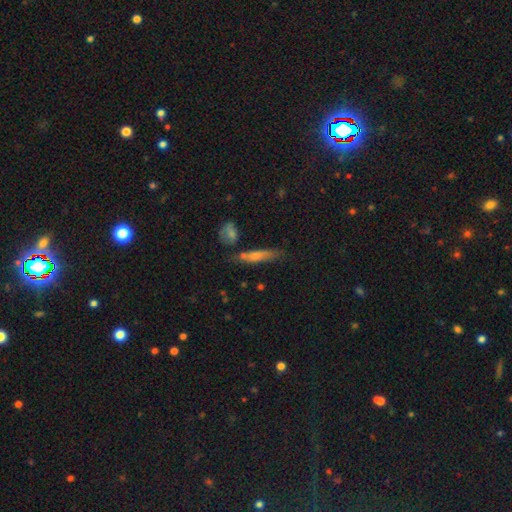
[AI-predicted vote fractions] smooth_or_featured: smooth (p=0.56) [alt: featured or disk p=0.34]
how_rounded: cigar-shaped (p=0.82) [alt: in between p=0.15]
merging: none (p=0.67) [alt: minor disturbance p=0.16]